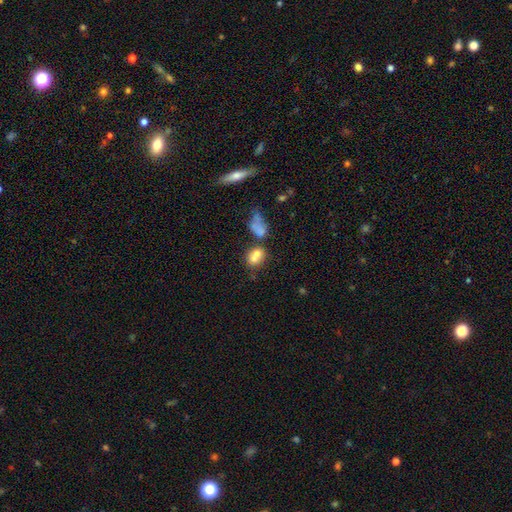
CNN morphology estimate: type=smooth (68%); roundness=in between (60%); merging=merger (60%).